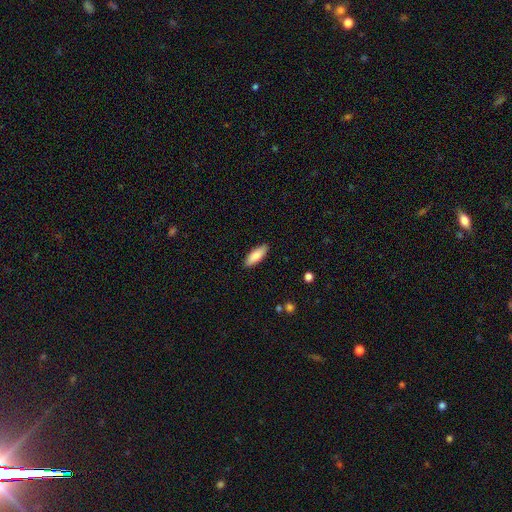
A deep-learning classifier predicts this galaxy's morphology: Smooth or featured?
  - smooth: 83% *
  - featured or disk: 11%
  - star or artifact: 6%
How rounded?
  - in between: 69% *
  - cigar-shaped: 29%
  - round: 2%
Merging?
  - none: 89% *
  - minor disturbance: 8%
  - major disturbance: 2%
  - merger: 1%